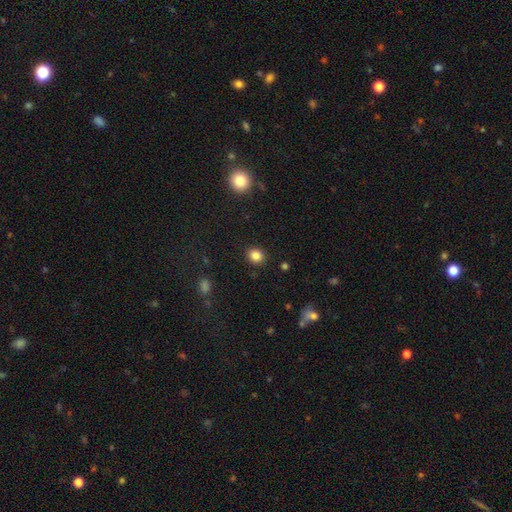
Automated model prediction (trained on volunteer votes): This appears to be a smooth galaxy with no disk features (84%) that is round (80%). Merging: none (90%).